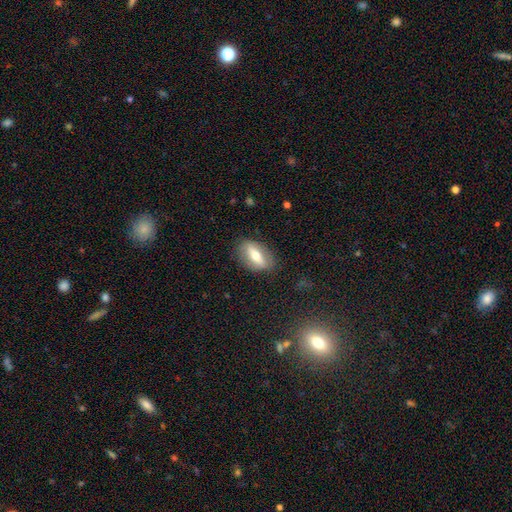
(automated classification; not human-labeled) A smooth galaxy with no disk features (50%) that is in between round and cigar-shaped (80%). Merging: none (81%).